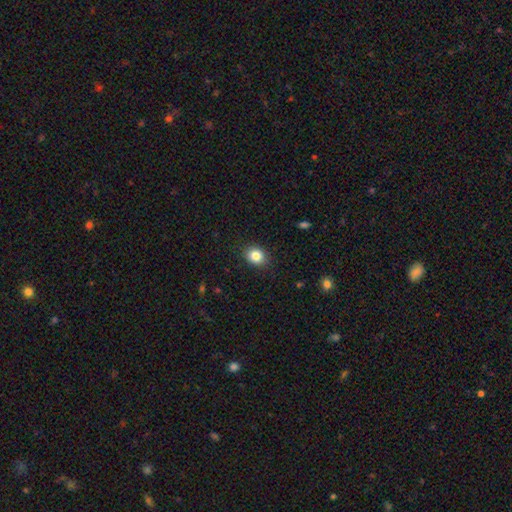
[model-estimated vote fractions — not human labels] Smooth or featured?
  - smooth: 84% *
  - star or artifact: 10%
  - featured or disk: 6%
How rounded?
  - round: 59% *
  - in between: 40%
  - cigar-shaped: 1%
Merging?
  - none: 88% *
  - minor disturbance: 9%
  - major disturbance: 2%
  - merger: 1%